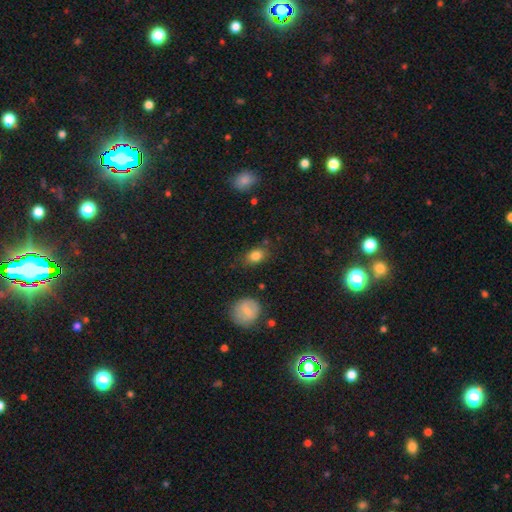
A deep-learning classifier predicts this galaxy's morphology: smooth_or_featured: smooth (p=0.83) [alt: star or artifact p=0.09]
how_rounded: in between (p=0.73) [alt: round p=0.25]
merging: none (p=0.76) [alt: minor disturbance p=0.17]